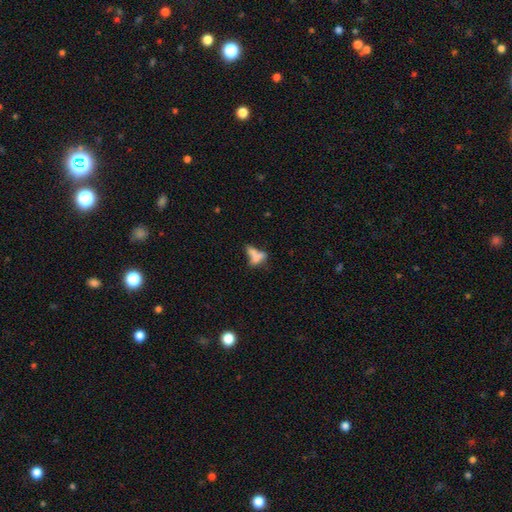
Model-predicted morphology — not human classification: Smooth or featured?
  - smooth: 63% *
  - featured or disk: 25%
  - star or artifact: 12%
How rounded?
  - in between: 65% *
  - cigar-shaped: 28%
  - round: 8%
Merging?
  - merger: 46% *
  - none: 26%
  - major disturbance: 14%
  - minor disturbance: 13%